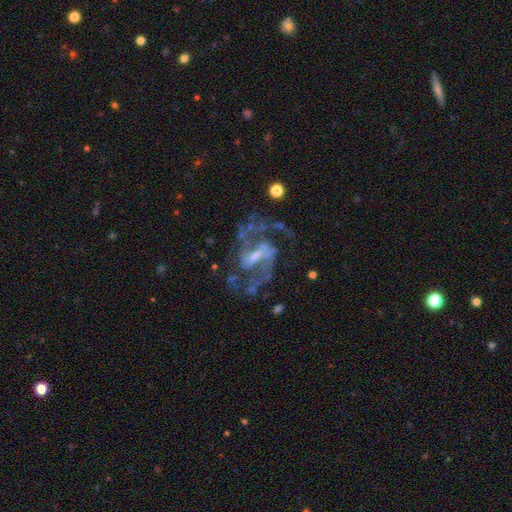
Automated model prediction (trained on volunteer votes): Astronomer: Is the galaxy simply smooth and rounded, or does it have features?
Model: featured or disk — 90%.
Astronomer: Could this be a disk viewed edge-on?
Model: no — 97%.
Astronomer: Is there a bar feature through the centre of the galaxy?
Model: weak — 51% (runner-up: strong, 36%).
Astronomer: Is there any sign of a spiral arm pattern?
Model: yes — 96%.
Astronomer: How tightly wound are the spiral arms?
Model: medium — 59%.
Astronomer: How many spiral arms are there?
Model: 2 — 86%.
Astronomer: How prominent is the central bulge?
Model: small — 50% (runner-up: moderate, 31%).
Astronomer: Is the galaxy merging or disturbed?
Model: none — 64%.